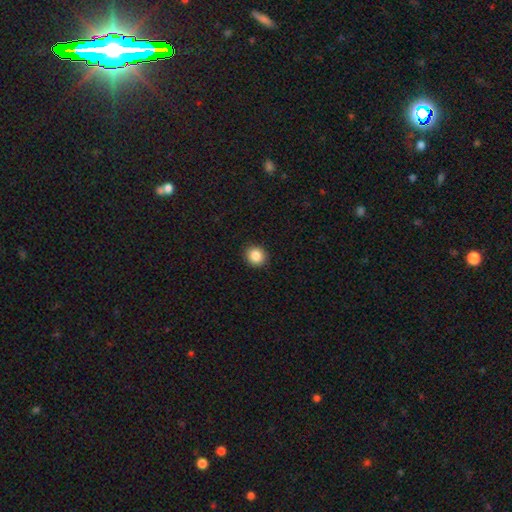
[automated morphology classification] Smooth or featured?
  - smooth: 87% *
  - star or artifact: 9%
  - featured or disk: 4%
How rounded?
  - round: 88% *
  - in between: 11%
  - cigar-shaped: 1%
Merging?
  - none: 92% *
  - minor disturbance: 5%
  - major disturbance: 2%
  - merger: 1%